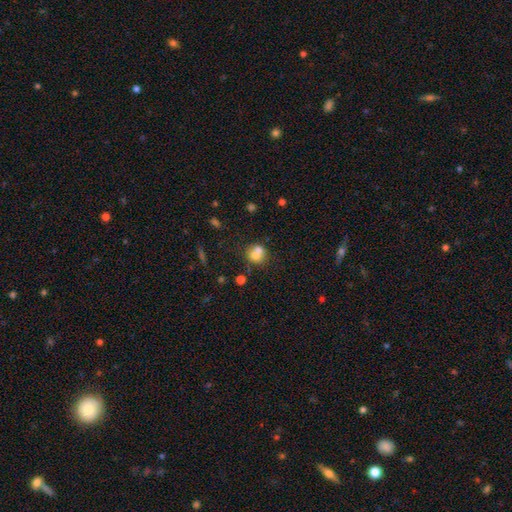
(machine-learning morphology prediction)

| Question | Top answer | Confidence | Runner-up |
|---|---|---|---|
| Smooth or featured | smooth | 68% | featured or disk (20%) |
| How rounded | round | 77% | in between (22%) |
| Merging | merger | 56% | none (32%) |